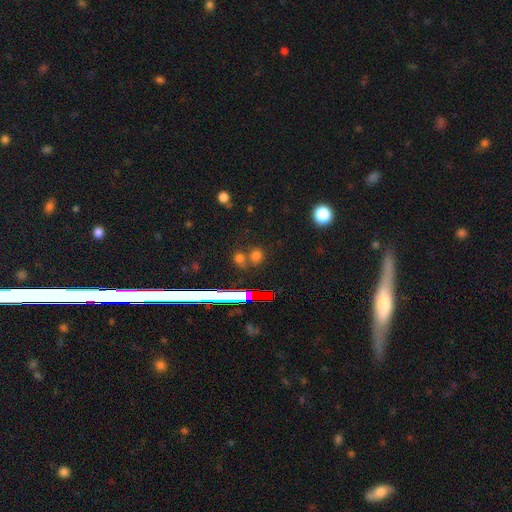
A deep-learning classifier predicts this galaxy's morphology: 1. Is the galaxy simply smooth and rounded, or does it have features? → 61% smooth, 31% star or artifact, 7% featured or disk.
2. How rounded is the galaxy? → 75% round, 22% in between, 3% cigar-shaped.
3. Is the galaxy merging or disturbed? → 71% none, 15% merger, 10% minor disturbance, 4% major disturbance.